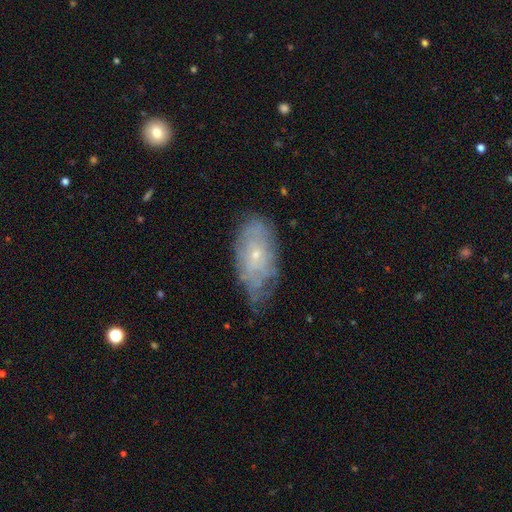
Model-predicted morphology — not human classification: This is possibly a featured or disk galaxy (59%). It is clearly not viewed edge-on (91%). Bar: clearly no (82%). Spiral arm pattern: likely yes (61%). Central bulge: likely small (79%). Merging: possibly none (51%).